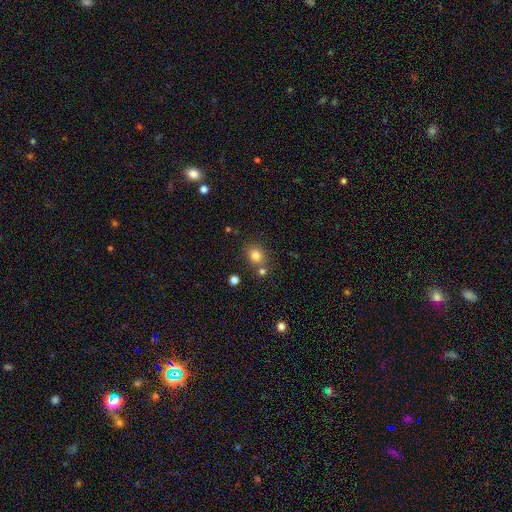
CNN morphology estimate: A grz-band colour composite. It shows a smooth galaxy with no disk features (80%) that is round (71%). Merging: none (69%).